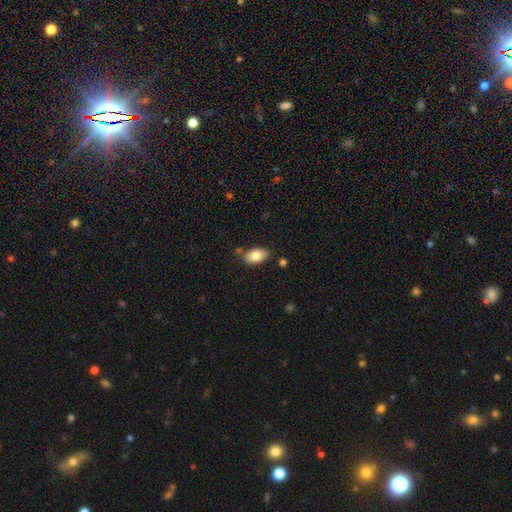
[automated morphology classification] This is clearly a smooth galaxy (83%). How rounded: clearly in between (92%). Merging: likely none (78%).